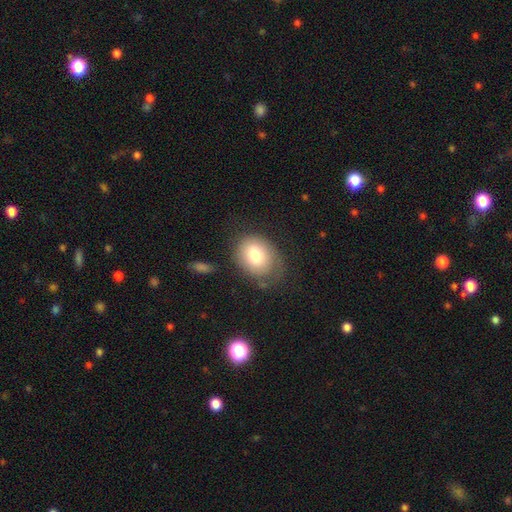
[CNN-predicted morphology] A smooth galaxy with no disk features (77%) that is in between round and cigar-shaped (53%). Merging: none (65%).